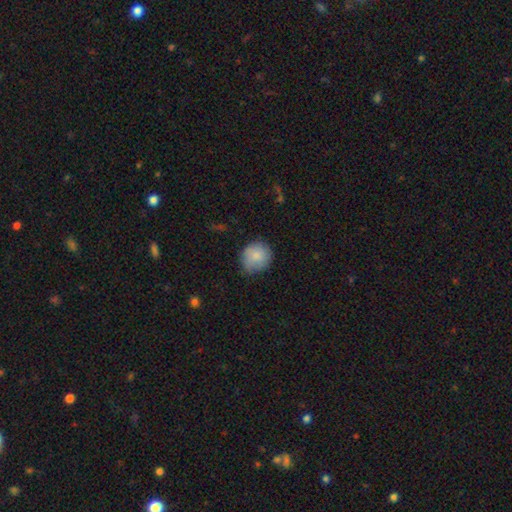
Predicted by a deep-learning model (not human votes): Smooth or featured? Predicted: smooth (p=0.83). How rounded? Predicted: round (p=0.85). Merging? Predicted: none (p=0.71).